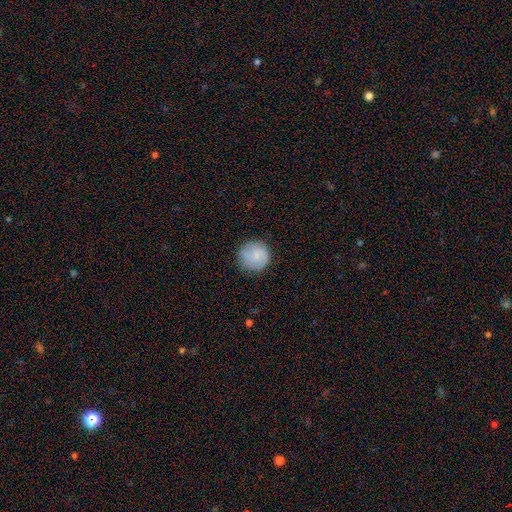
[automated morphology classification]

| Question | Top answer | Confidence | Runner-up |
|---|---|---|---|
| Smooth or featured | smooth | 75% | featured or disk (17%) |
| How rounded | round | 94% | in between (5%) |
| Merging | none | 77% | minor disturbance (17%) |